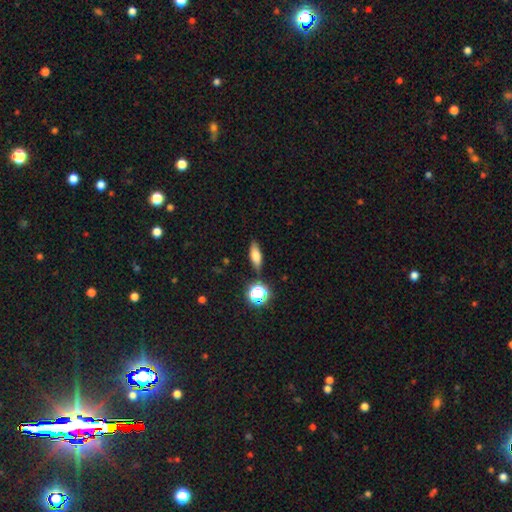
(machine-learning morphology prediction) Q: Smooth or featured?
A: smooth (68%); runner-up: featured or disk (20%)
Q: How rounded?
A: in between (56%); runner-up: cigar-shaped (34%)
Q: Merging?
A: none (80%); runner-up: minor disturbance (12%)